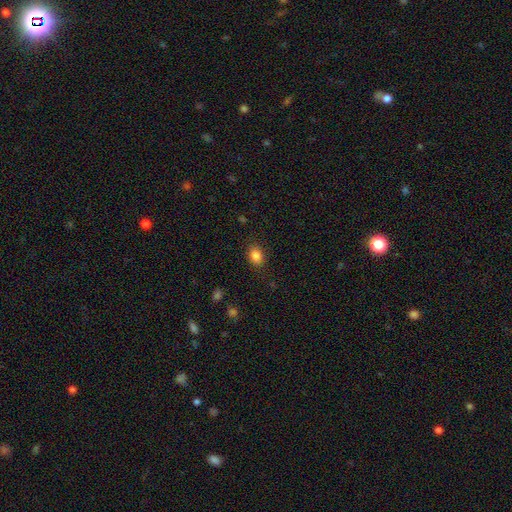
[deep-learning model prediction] Smooth or featured? smooth (86%)
How rounded? in between (73%)
Merging? none (86%)